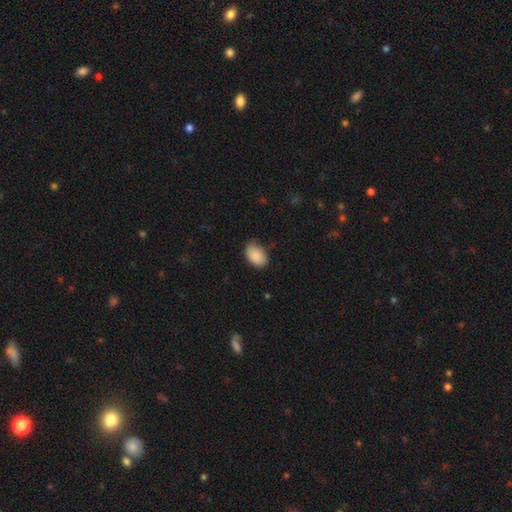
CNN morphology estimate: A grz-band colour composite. It shows a smooth galaxy with no disk features (88%) that is in between round and cigar-shaped (88%). Merging: none (65%).